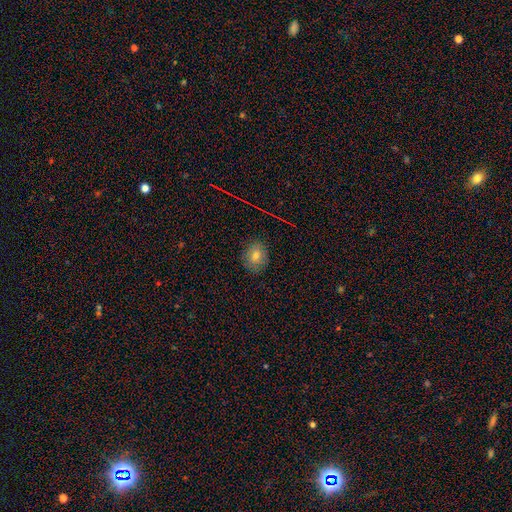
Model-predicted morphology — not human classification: This is likely a smooth galaxy (68%). How rounded: possibly round (53%). Merging: clearly none (85%).